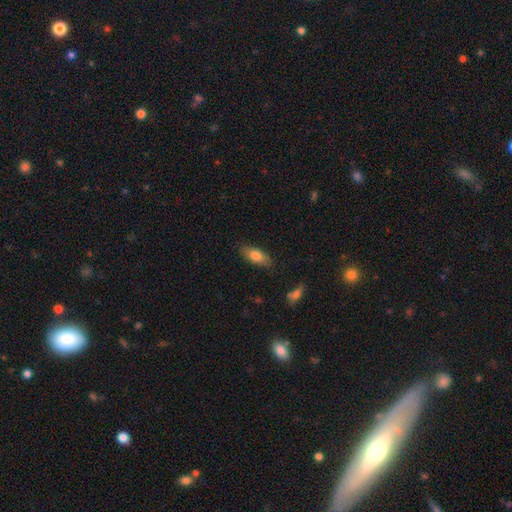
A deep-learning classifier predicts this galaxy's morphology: Smooth or featured: smooth — 76% (featured or disk — 17%)
How rounded: in between — 79% (cigar-shaped — 18%)
Merging: none — 82% (minor disturbance — 13%)